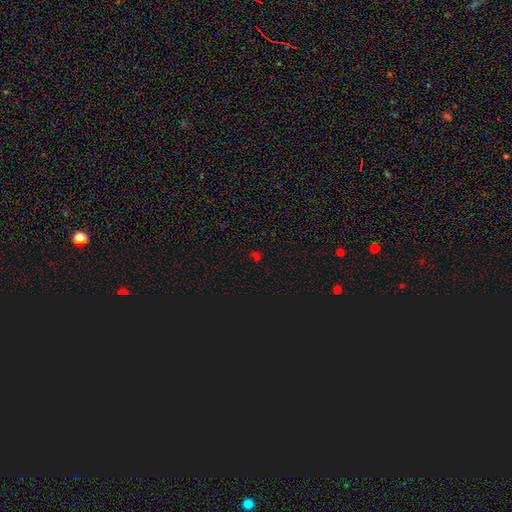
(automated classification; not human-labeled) Smooth or featured: star or artifact — 60% (smooth — 34%)